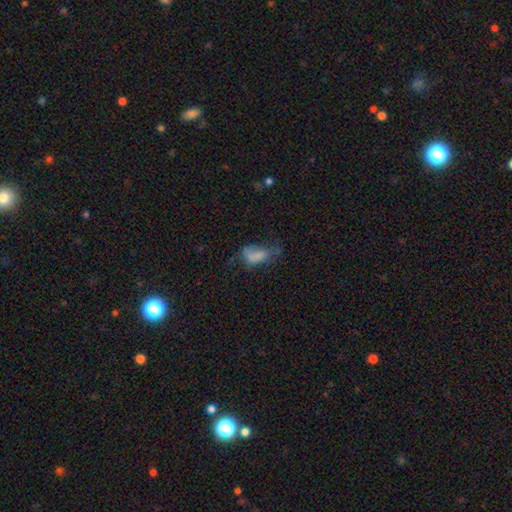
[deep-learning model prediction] Smooth or featured: smooth — 66% (featured or disk — 21%)
How rounded: in between — 88% (cigar-shaped — 6%)
Merging: major disturbance — 45% (minor disturbance — 27%)